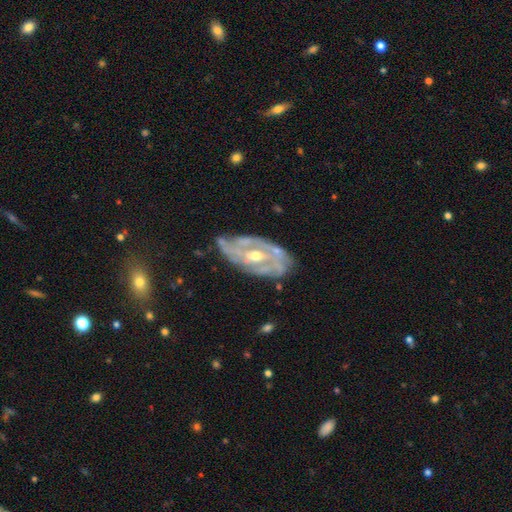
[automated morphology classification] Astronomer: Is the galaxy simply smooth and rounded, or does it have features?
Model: featured or disk — 86%.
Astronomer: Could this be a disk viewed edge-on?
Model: no — 93%.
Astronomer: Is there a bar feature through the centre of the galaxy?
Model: no — 42% (runner-up: weak, 41%).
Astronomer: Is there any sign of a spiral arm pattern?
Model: yes — 89%.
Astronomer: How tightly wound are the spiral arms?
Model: tight — 60%.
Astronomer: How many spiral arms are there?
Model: can't tell — 36% (runner-up: 2, 27%).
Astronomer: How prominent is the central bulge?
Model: moderate — 59% (runner-up: small, 37%).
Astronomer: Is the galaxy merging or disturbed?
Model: none — 65%.